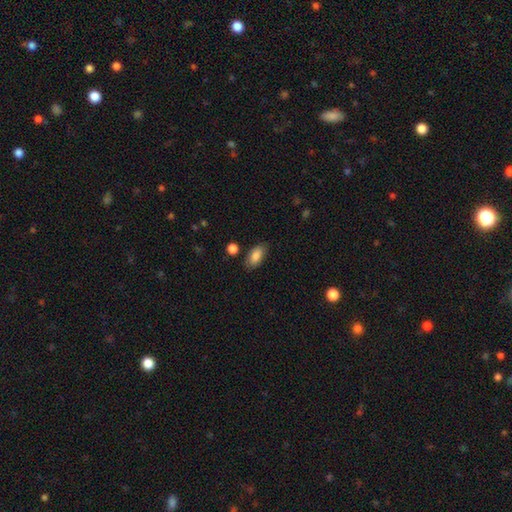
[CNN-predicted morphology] smooth-or-featured: smooth: 85% | featured or disk: 8% | star or artifact: 7%
  how-rounded: in between: 91% | cigar-shaped: 5% | round: 3%
  merging: none: 81% | minor disturbance: 13% | major disturbance: 3% | merger: 3%